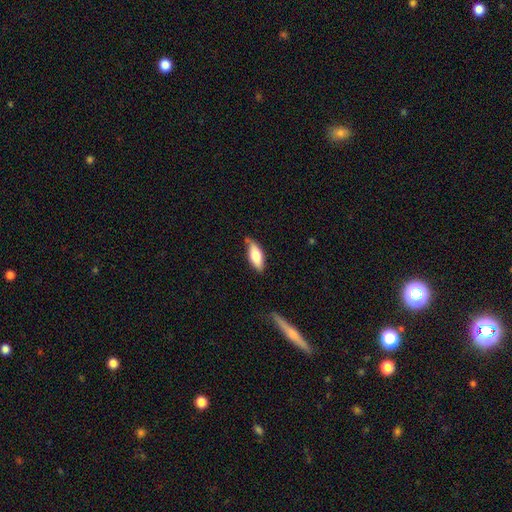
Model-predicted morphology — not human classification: smooth-or-featured: smooth: 74% | featured or disk: 20% | star or artifact: 6%
  how-rounded: in between: 72% | cigar-shaped: 26% | round: 2%
  merging: none: 73% | minor disturbance: 20% | major disturbance: 3% | merger: 3%